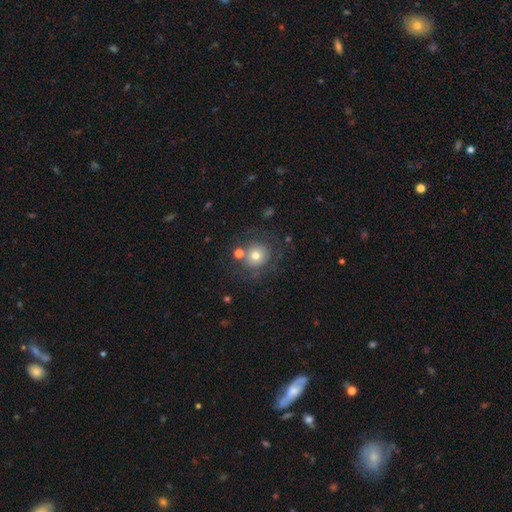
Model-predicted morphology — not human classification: smooth_or_featured: smooth (p=0.66) [alt: featured or disk p=0.22]
how_rounded: round (p=0.90) [alt: in between p=0.09]
merging: none (p=0.68) [alt: minor disturbance p=0.14]